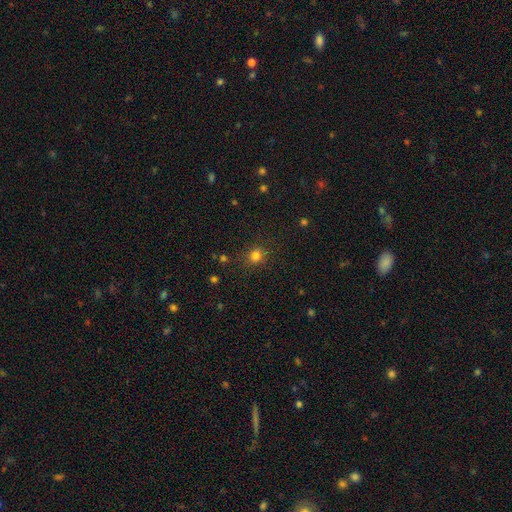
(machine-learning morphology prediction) Q: Smooth or featured?
A: smooth (81%); runner-up: star or artifact (14%)
Q: How rounded?
A: round (81%); runner-up: in between (18%)
Q: Merging?
A: none (85%); runner-up: minor disturbance (9%)